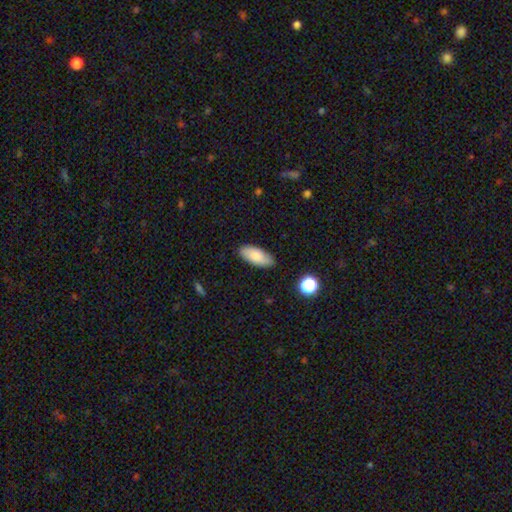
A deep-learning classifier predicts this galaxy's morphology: This is clearly a smooth galaxy (83%). How rounded: clearly in between (87%). Merging: clearly none (86%).